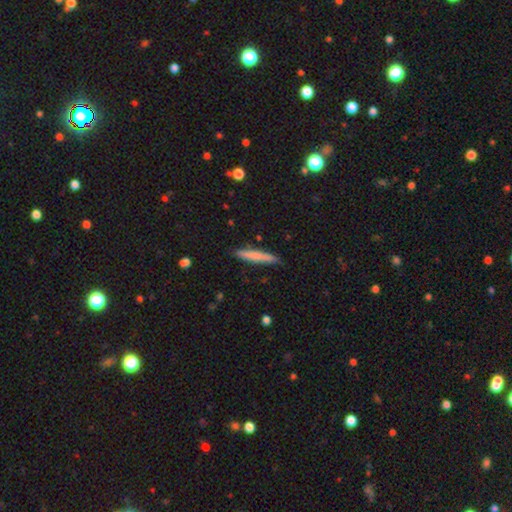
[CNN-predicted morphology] This is likely a smooth galaxy (73%). How rounded: clearly cigar-shaped (93%). Merging: clearly none (86%).